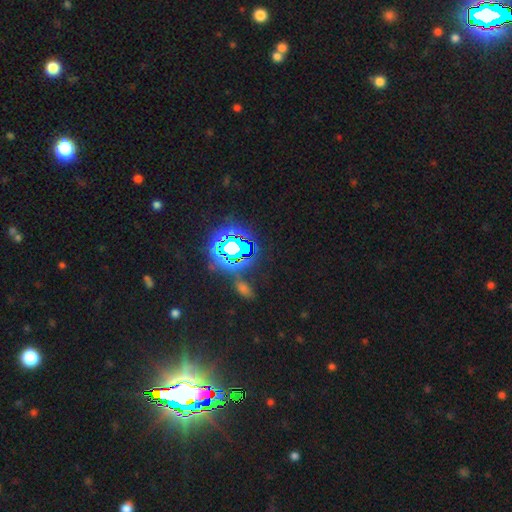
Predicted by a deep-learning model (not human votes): Overall: star or artifact (84%).